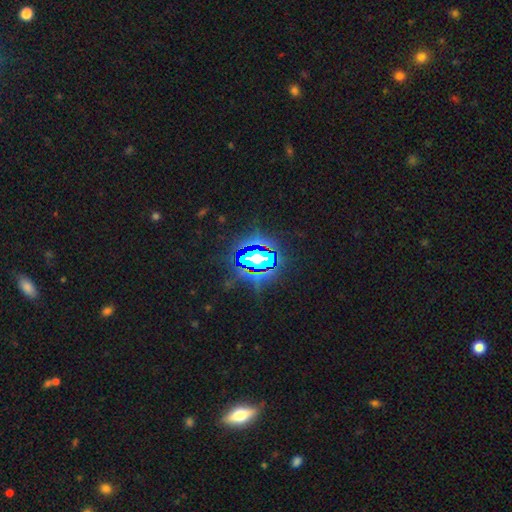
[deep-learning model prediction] A star or artifact, not a galaxy (82%).

Vote fractions:
- Smooth or featured? star or artifact: 82% / smooth: 12% / featured or disk: 7%